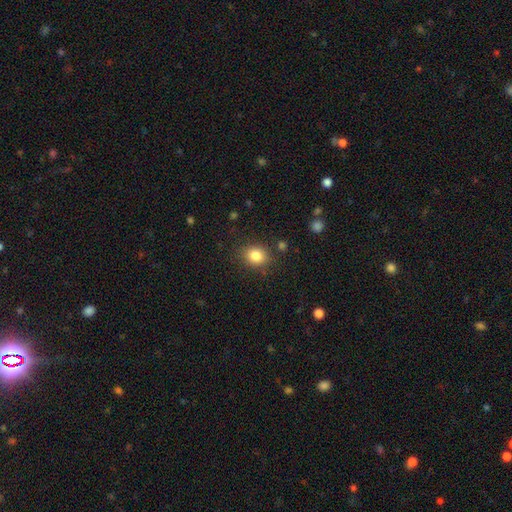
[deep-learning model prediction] A smooth galaxy with no disk features (84%) that is round (60%).

Vote fractions:
- Smooth or featured? smooth: 84% / star or artifact: 10% / featured or disk: 6%
- How rounded? round: 60% / in between: 39% / cigar-shaped: 1%
- Merging? none: 84% / minor disturbance: 10% / major disturbance: 3% / merger: 3%